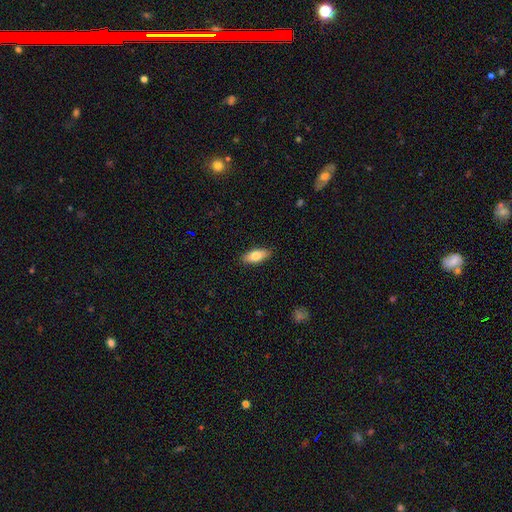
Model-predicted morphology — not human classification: smooth-or-featured: smooth: 79% | featured or disk: 15% | star or artifact: 6%
  how-rounded: in between: 80% | cigar-shaped: 17% | round: 2%
  merging: none: 89% | minor disturbance: 8% | major disturbance: 2% | merger: 1%